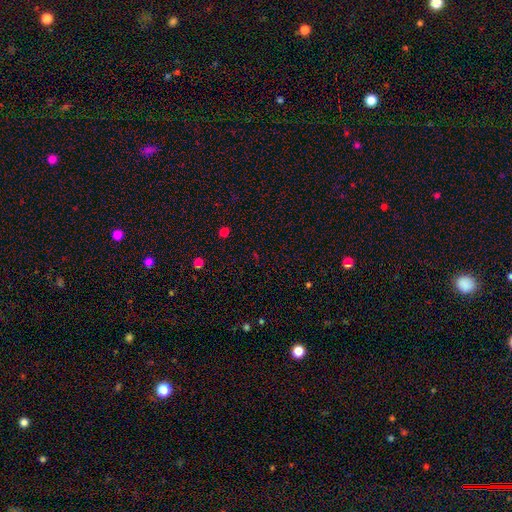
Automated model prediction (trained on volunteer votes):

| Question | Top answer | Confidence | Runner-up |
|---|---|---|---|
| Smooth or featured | star or artifact | 58% | smooth (35%) |